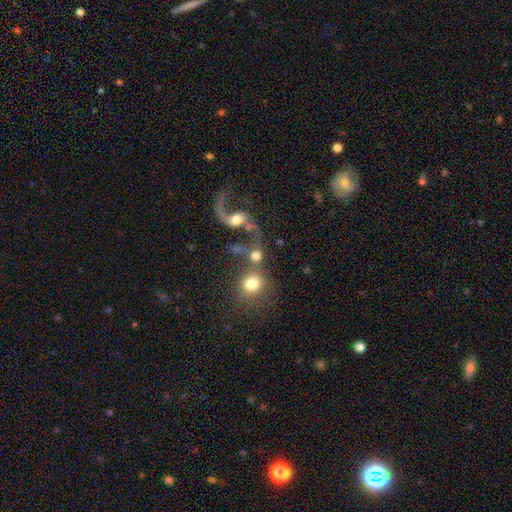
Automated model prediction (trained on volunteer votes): This is possibly a smooth galaxy (56%). How rounded: likely round (76%). Merging: possibly merger (46%).